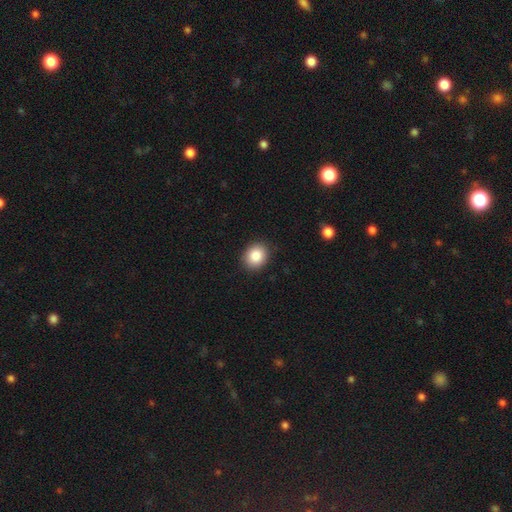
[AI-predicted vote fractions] Smooth or featured? smooth (86%)
How rounded? round (66%)
Merging? none (89%)